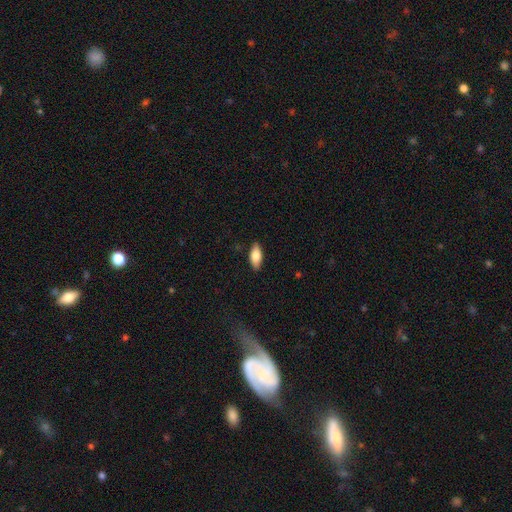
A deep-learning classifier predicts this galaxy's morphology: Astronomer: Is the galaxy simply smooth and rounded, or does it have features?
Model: smooth — 78%.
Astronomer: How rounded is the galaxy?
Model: in between — 84%.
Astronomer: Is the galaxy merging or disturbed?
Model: none — 87%.